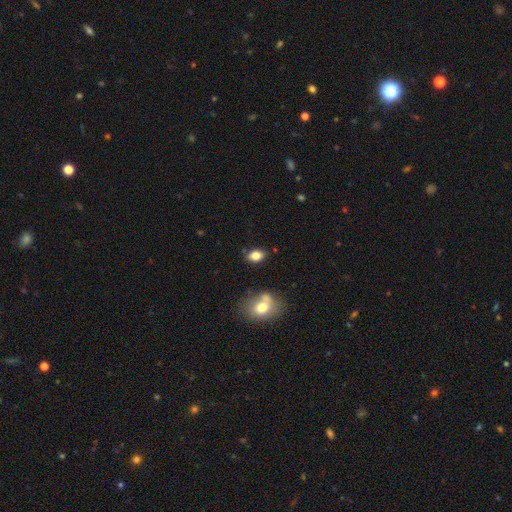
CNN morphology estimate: Overall: smooth (81%). How rounded: in between (82%). Merging: none (82%).